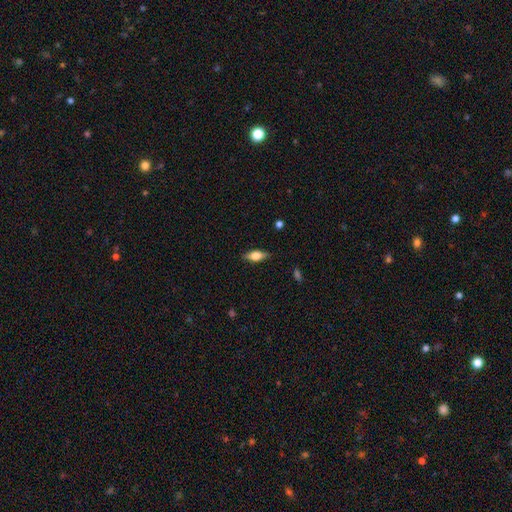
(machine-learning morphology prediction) type=smooth (56%); roundness=in between (73%); merging=none (85%).